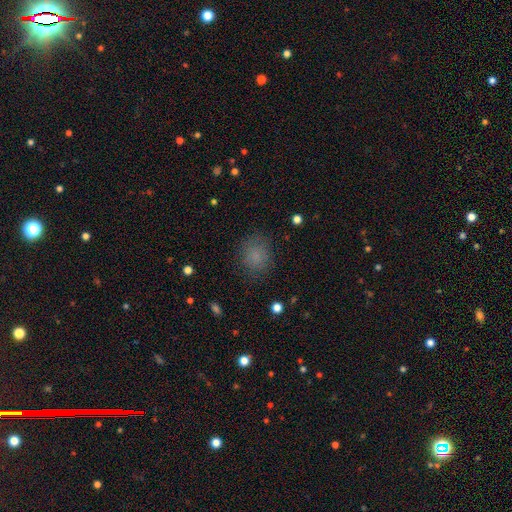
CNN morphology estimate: The model was most divided on "how rounded": round: 71%, in between: 28%, cigar-shaped: 1%. More confident: merging — none (80%); smooth or featured — smooth (80%).